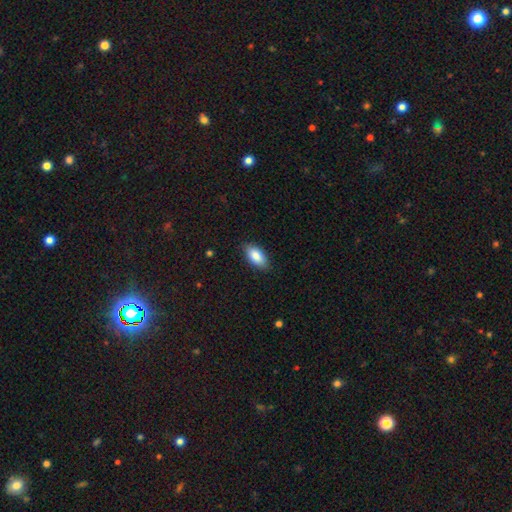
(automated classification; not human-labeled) A smooth galaxy with no disk features (87%) that is in between round and cigar-shaped (92%). Merging: none (86%).